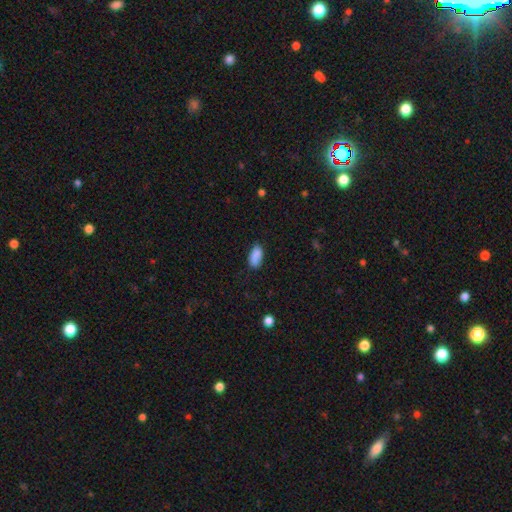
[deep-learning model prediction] A smooth galaxy with no disk features (88%) that is in between round and cigar-shaped (91%). Merging: none (77%).